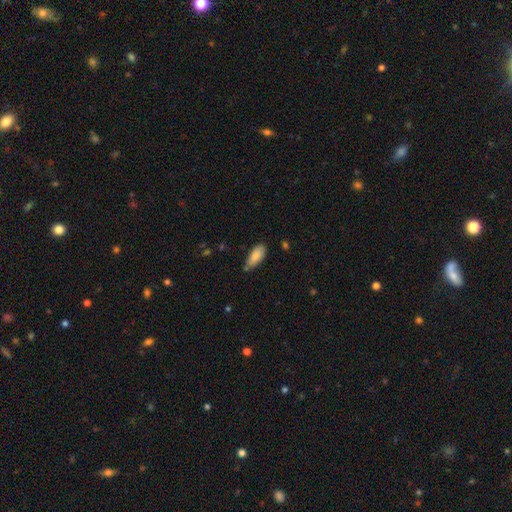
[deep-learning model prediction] A smooth galaxy with no disk features (86%) that is in between round and cigar-shaped (86%).

Vote fractions:
- Smooth or featured? smooth: 86% / featured or disk: 7% / star or artifact: 6%
- How rounded? in between: 86% / cigar-shaped: 12% / round: 2%
- Merging? none: 64% / minor disturbance: 28% / major disturbance: 4% / merger: 4%